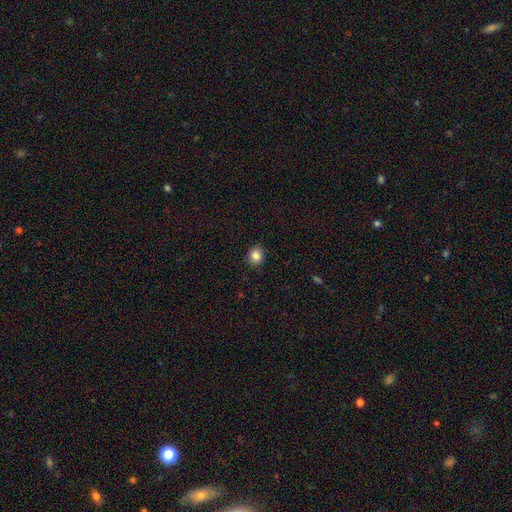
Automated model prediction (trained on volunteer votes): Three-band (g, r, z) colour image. It shows a smooth galaxy with no disk features (86%) that is round (75%). Merging: none (90%).